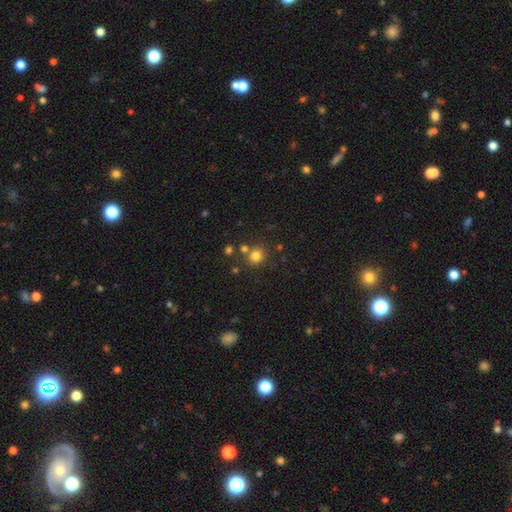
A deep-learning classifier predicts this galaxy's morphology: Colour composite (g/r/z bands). It shows a smooth galaxy with no disk features (78%) that is round (85%). Merging: none (73%).